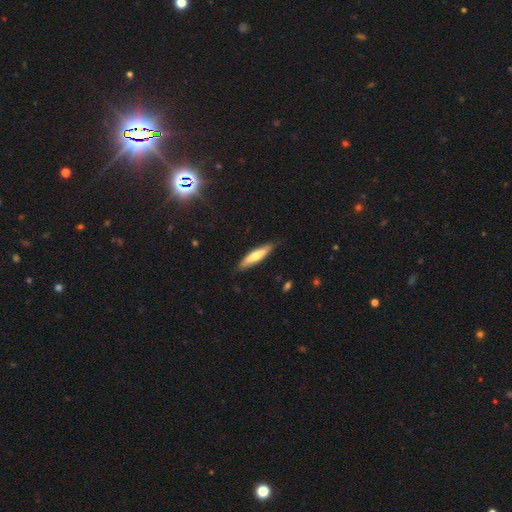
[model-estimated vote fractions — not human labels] Overall: smooth (61%; featured or disk 33%). How rounded: cigar-shaped (79%). Merging: none (82%).